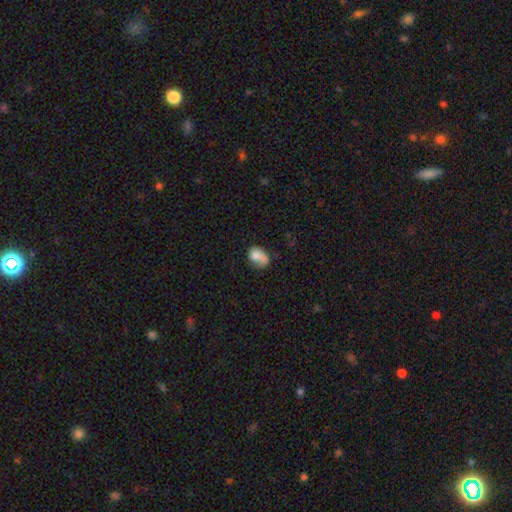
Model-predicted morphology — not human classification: smooth-or-featured: smooth: 70% | featured or disk: 22% | star or artifact: 8%
  how-rounded: in between: 73% | round: 26% | cigar-shaped: 1%
  merging: none: 37% | minor disturbance: 27% | major disturbance: 22% | merger: 14%